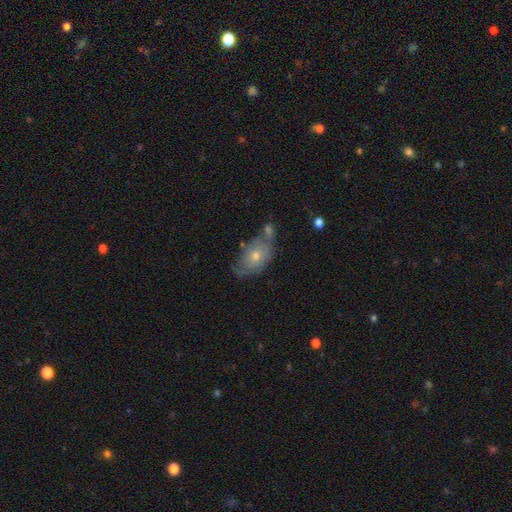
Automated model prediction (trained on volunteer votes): Smooth or featured: smooth — 50% (featured or disk — 40%)
How rounded: in between — 84% (round — 12%)
Merging: none — 43% (minor disturbance — 25%)